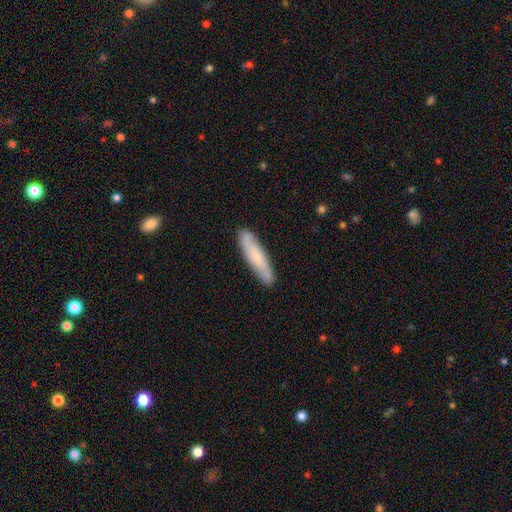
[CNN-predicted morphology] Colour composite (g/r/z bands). It shows a smooth galaxy with no disk features (60%) that is cigar-shaped (85%). Merging: none (86%).